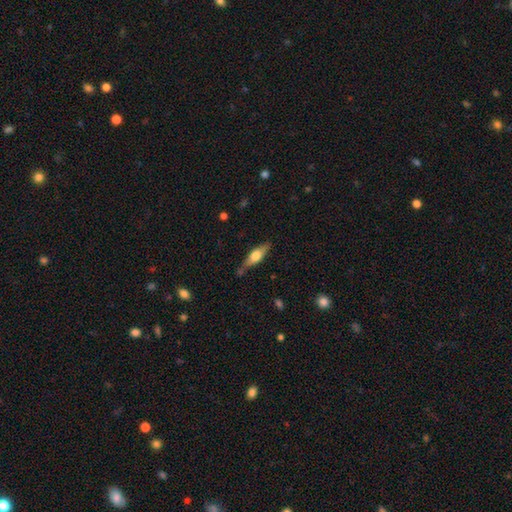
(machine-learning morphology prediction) featured or disk 50%, smooth 44%, star or artifact 6%. Down the decision tree: merging — none (75%).